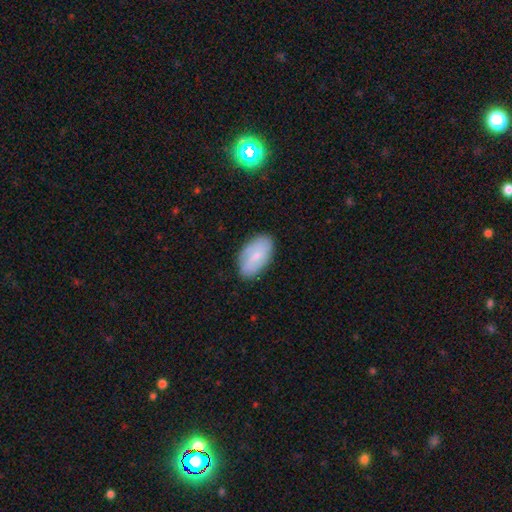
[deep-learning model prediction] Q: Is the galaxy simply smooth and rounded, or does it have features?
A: smooth — 62%.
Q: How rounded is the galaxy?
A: in between — 94%.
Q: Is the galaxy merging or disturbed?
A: none — 81%.